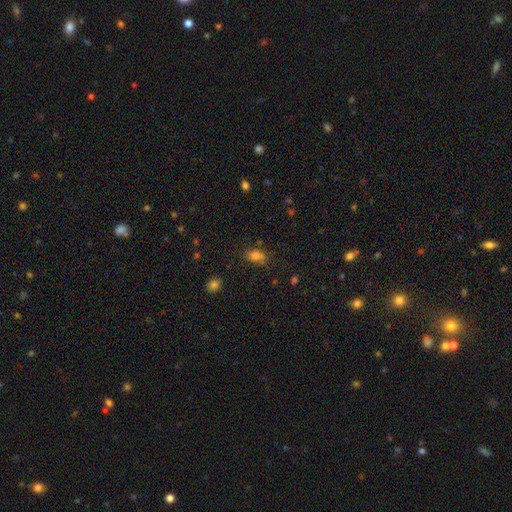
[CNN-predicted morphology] Smooth or featured: smooth — 74% (star or artifact — 16%)
How rounded: in between — 80% (round — 15%)
Merging: none — 64% (minor disturbance — 20%)